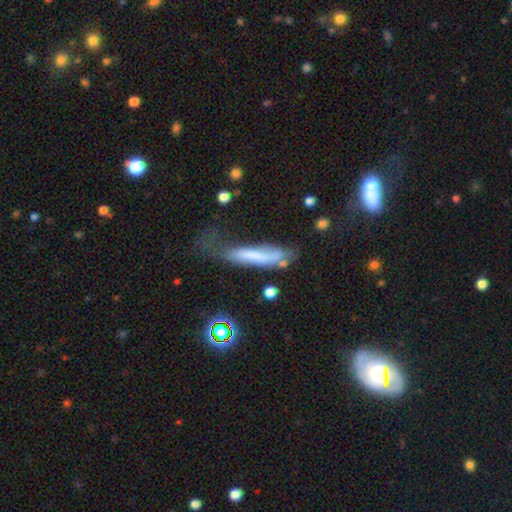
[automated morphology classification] smooth 56%, featured or disk 33%, star or artifact 11%. Down the decision tree: how rounded — cigar-shaped (83%); merging — major disturbance (35%).